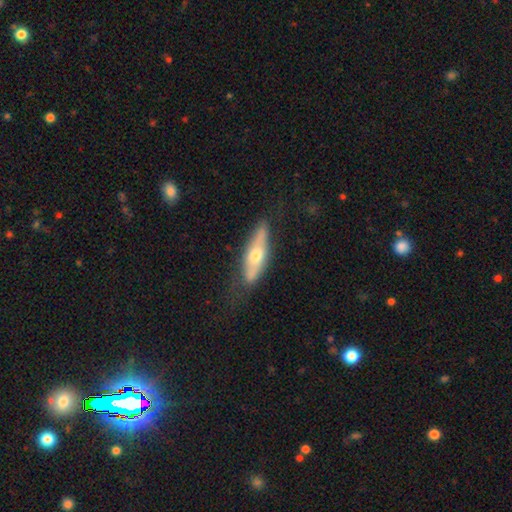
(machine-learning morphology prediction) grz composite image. It shows a featured or disk galaxy (51%) viewed edge-on (62%). Merging: none (66%).